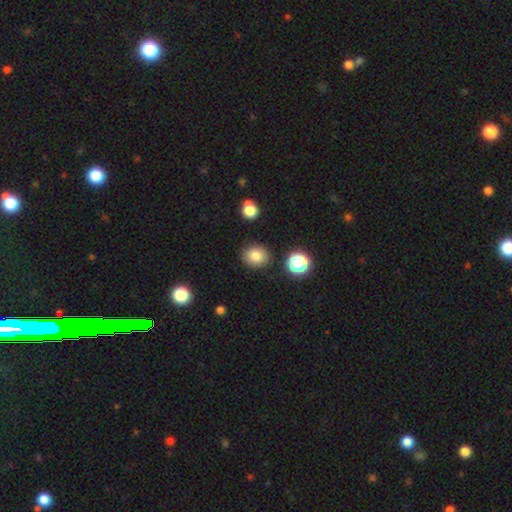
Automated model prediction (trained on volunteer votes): Overall: smooth (82%). How rounded: round (67%; in between 32%). Merging: none (86%).